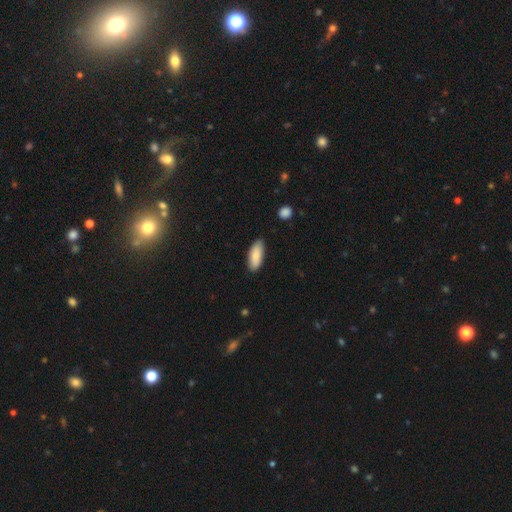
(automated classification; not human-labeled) Smooth or featured?
  - smooth: 86% *
  - featured or disk: 8%
  - star or artifact: 6%
How rounded?
  - in between: 79% *
  - cigar-shaped: 19%
  - round: 2%
Merging?
  - none: 82% *
  - minor disturbance: 15%
  - major disturbance: 2%
  - merger: 2%